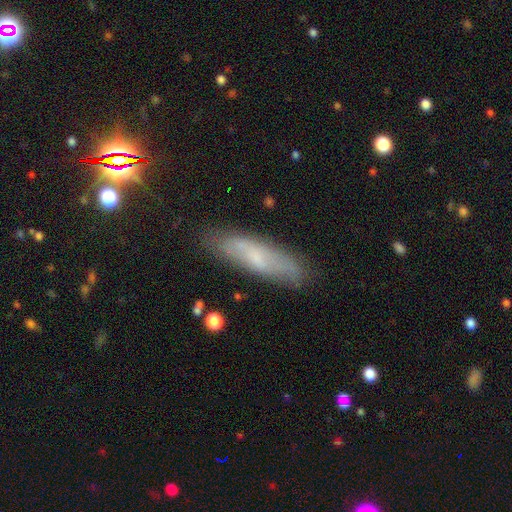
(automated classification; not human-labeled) Smooth or featured? smooth (52%)
How rounded? cigar-shaped (62%)
Merging? none (78%)